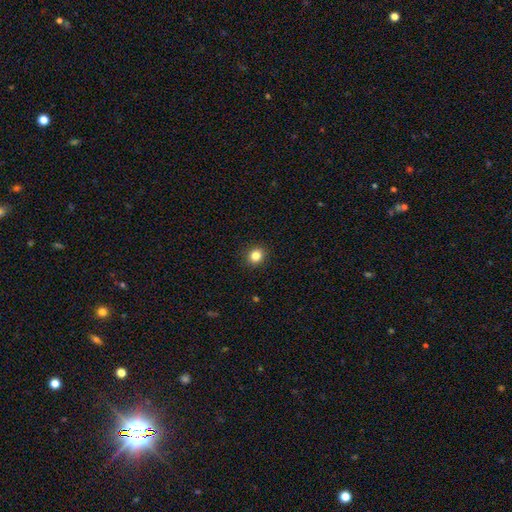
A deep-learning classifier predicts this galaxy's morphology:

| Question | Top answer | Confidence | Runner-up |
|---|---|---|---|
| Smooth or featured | smooth | 83% | star or artifact (12%) |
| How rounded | round | 81% | in between (18%) |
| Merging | none | 91% | minor disturbance (6%) |